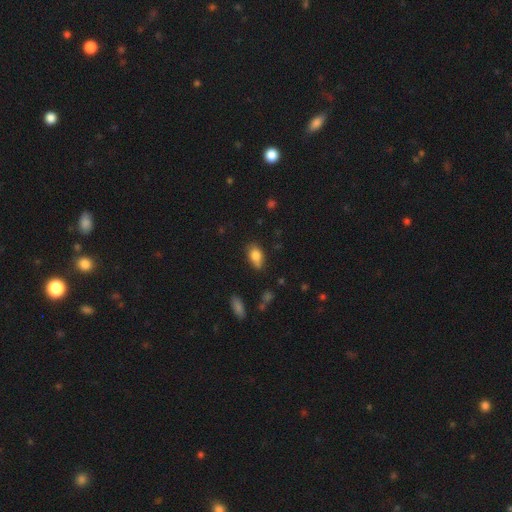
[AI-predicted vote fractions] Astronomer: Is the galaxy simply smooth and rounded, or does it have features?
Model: smooth — 81%.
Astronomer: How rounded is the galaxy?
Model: in between — 85%.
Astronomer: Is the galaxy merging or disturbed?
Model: none — 68%.